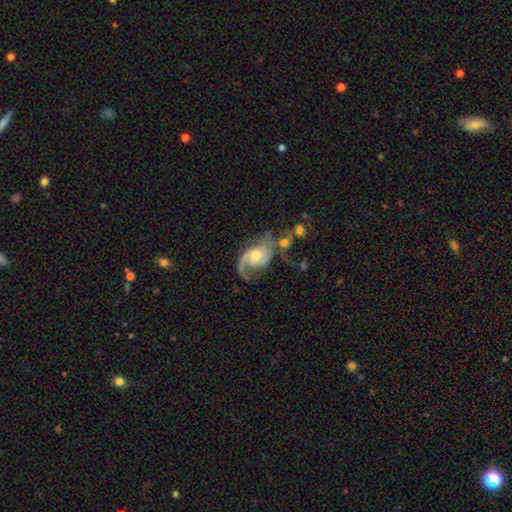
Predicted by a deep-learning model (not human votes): Morphology: type=featured or disk (83%); edge-on=no (97%); bar=no (67%); spiral arms=yes (95%); winding=loose (45%); arm count=2 (58%); bulge=moderate (60%); merging=none (38%).